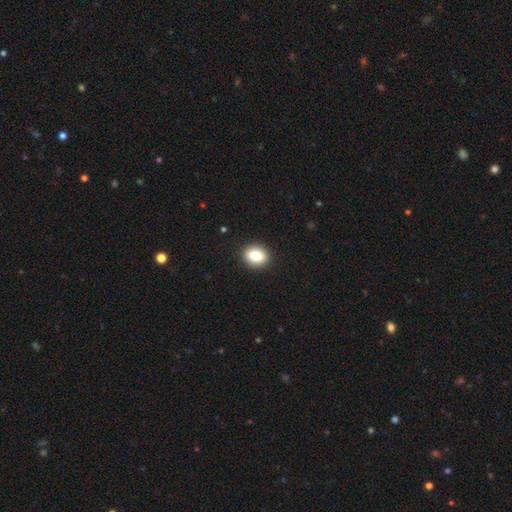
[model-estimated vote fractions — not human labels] Smooth or featured? Predicted: smooth (p=0.78). How rounded? Predicted: in between (p=0.50). Merging? Predicted: none (p=0.91).